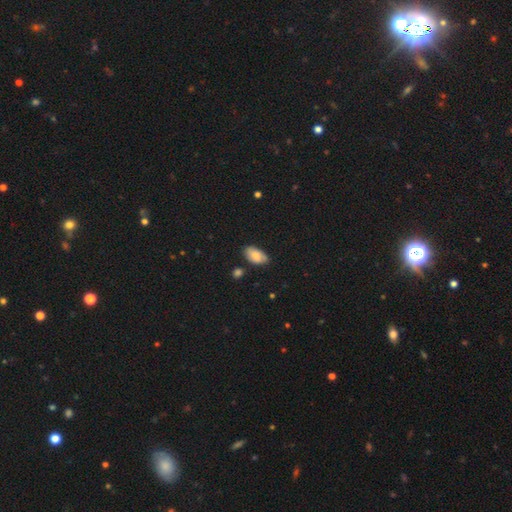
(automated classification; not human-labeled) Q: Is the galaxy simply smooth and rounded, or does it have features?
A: smooth — 78%.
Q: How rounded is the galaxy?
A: in between — 94%.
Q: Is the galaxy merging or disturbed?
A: none — 72%.